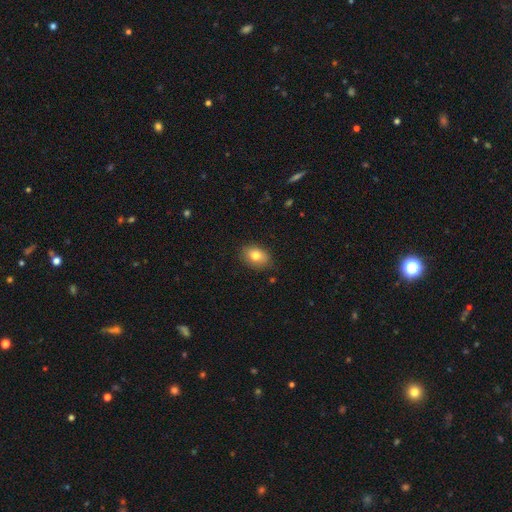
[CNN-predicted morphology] smooth_or_featured: smooth (p=0.80) [alt: featured or disk p=0.12]
how_rounded: in between (p=0.76) [alt: round p=0.23]
merging: none (p=0.84) [alt: minor disturbance p=0.12]